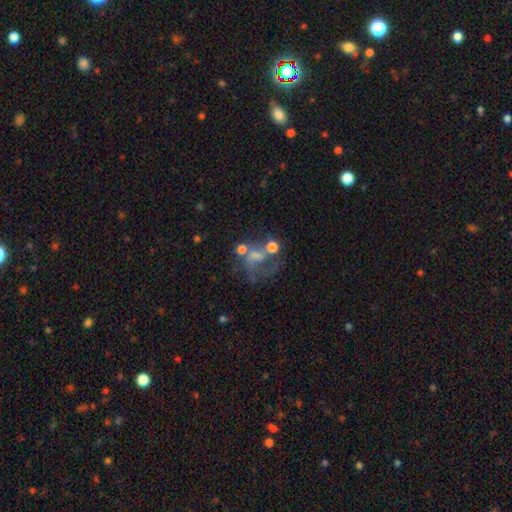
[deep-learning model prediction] smooth_or_featured: featured or disk (p=0.52) [alt: smooth p=0.26]
disk_edge_on: no (p=0.97) [alt: yes p=0.03]
bar: no (p=0.68) [alt: weak p=0.25]
has_spiral_arms: no (p=0.53) [alt: yes p=0.47]
bulge_size: none (p=0.32) [alt: small p=0.30]
merging: major disturbance (p=0.32) [alt: none p=0.30]